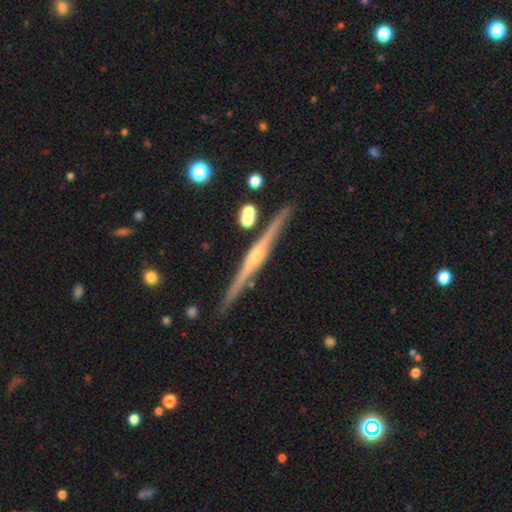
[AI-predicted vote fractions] A featured or disk galaxy (87%) viewed edge-on (98%) with a rounded central bulge (87%). Merging: none (90%).